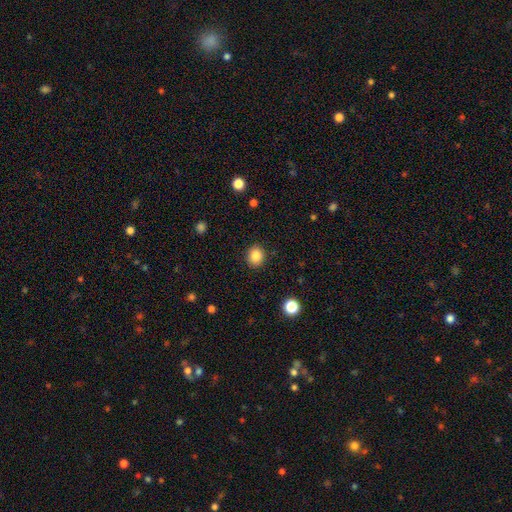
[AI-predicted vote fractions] Smooth or featured? smooth (85%)
How rounded? round (76%)
Merging? none (90%)